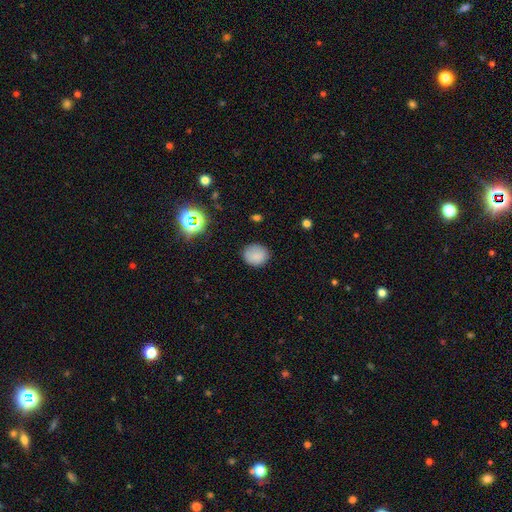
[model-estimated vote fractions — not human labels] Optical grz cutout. It shows a smooth galaxy with no disk features (83%) that is round (69%). Merging: none (82%).